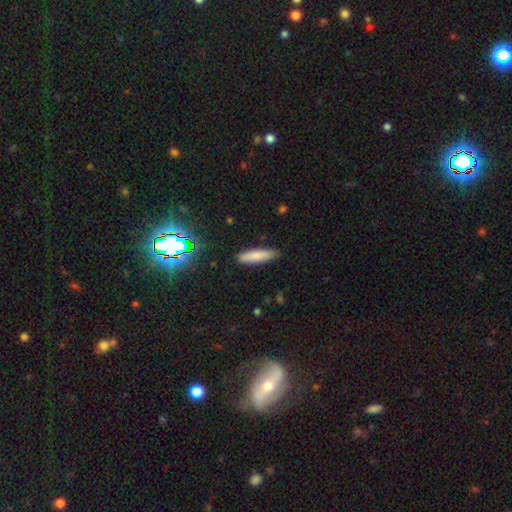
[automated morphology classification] Smooth or featured? Predicted: smooth (p=0.81). How rounded? Predicted: cigar-shaped (p=0.73). Merging? Predicted: none (p=0.88).